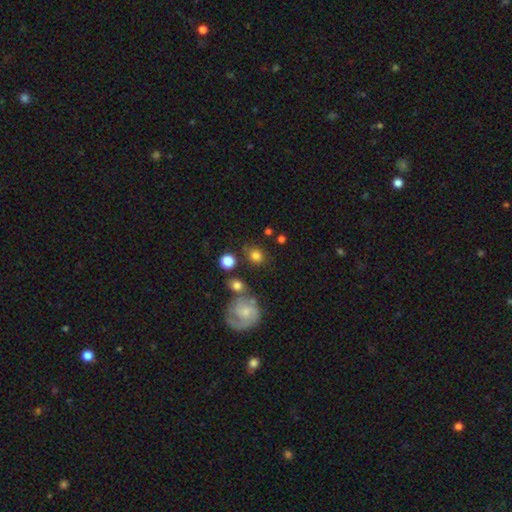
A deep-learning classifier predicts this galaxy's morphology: Smooth or featured: smooth — 77% (featured or disk — 12%)
How rounded: round — 71% (in between — 28%)
Merging: none — 72% (minor disturbance — 13%)